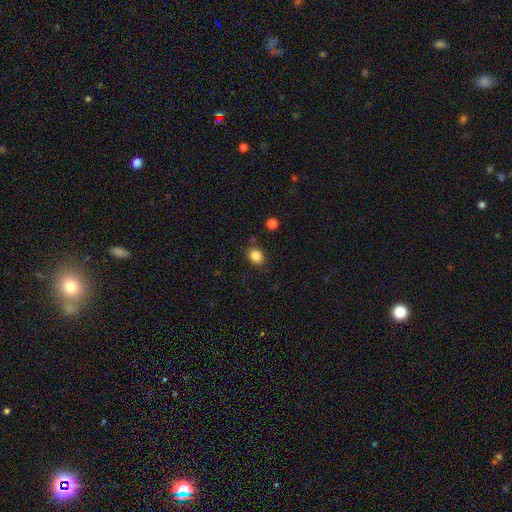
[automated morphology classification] Smooth or featured? smooth (85%)
How rounded? round (51%)
Merging? none (81%)